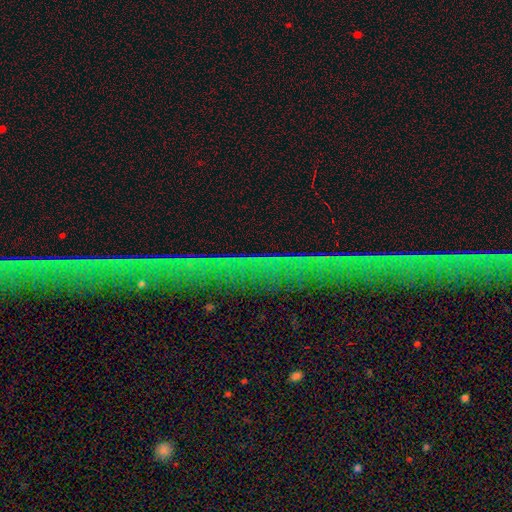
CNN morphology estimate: A star or artifact, not a galaxy (77%).